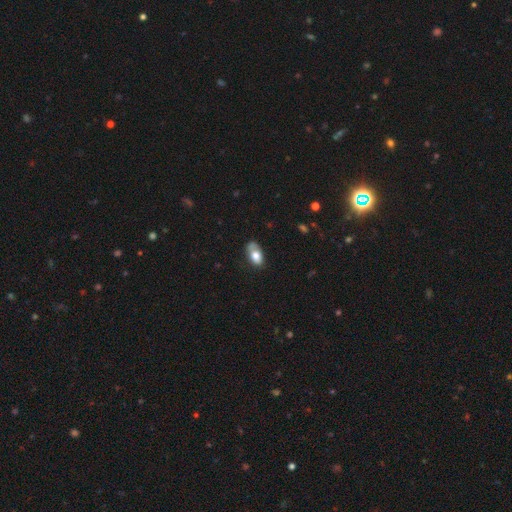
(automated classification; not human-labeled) Smooth or featured? Predicted: smooth (p=0.73). How rounded? Predicted: in between (p=0.90). Merging? Predicted: none (p=0.45).